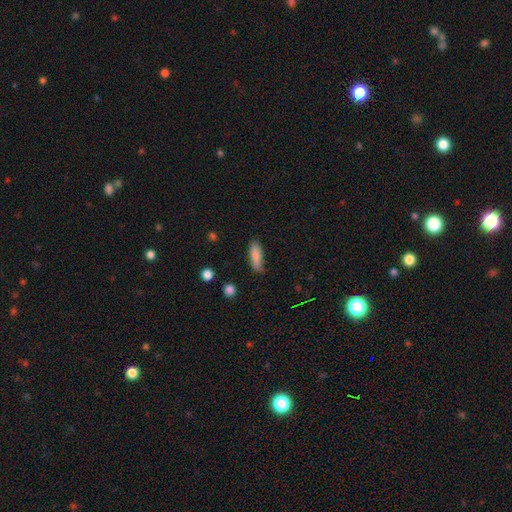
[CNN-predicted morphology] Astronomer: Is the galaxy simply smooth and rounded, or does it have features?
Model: smooth — 85%.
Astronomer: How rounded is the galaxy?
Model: in between — 51% (runner-up: cigar-shaped, 47%).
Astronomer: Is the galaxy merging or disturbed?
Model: none — 77%.